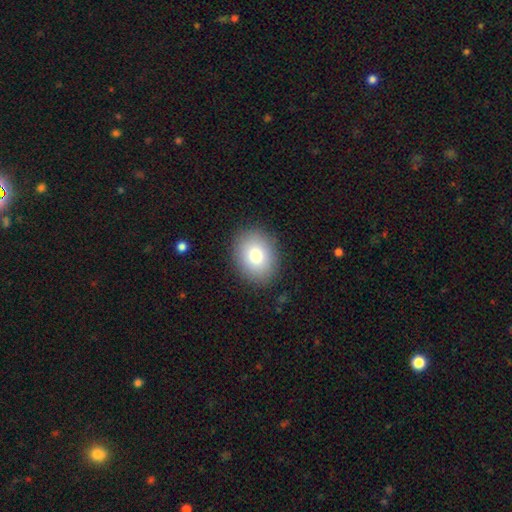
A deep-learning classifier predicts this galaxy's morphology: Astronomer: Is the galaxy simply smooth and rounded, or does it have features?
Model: smooth — 84%.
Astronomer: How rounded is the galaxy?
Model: in between — 59% (runner-up: round, 40%).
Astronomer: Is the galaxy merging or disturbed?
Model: none — 88%.